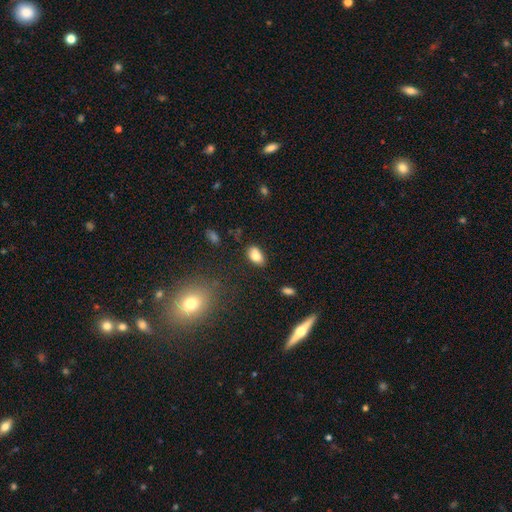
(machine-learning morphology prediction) smooth-or-featured: smooth: 82% | featured or disk: 9% | star or artifact: 9%
  how-rounded: in between: 91% | round: 7% | cigar-shaped: 2%
  merging: none: 73% | minor disturbance: 18% | merger: 4% | major disturbance: 4%